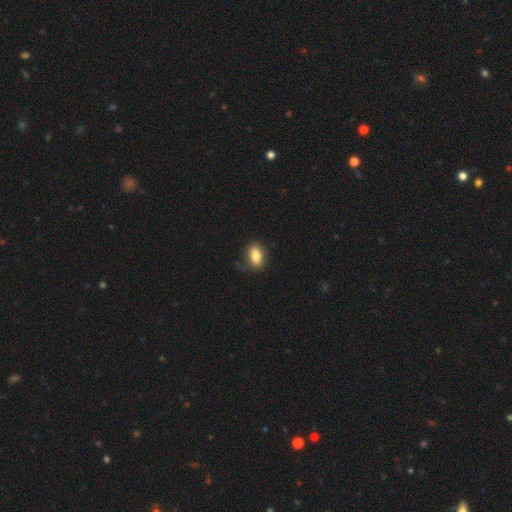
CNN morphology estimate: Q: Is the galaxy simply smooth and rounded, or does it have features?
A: smooth — 84%.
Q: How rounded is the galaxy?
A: in between — 84%.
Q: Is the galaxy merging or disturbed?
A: none — 75%.